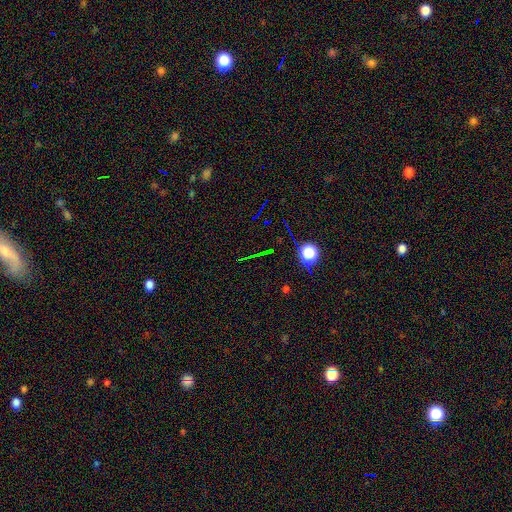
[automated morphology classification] star or artifact 73%, smooth 14%, featured or disk 13%.